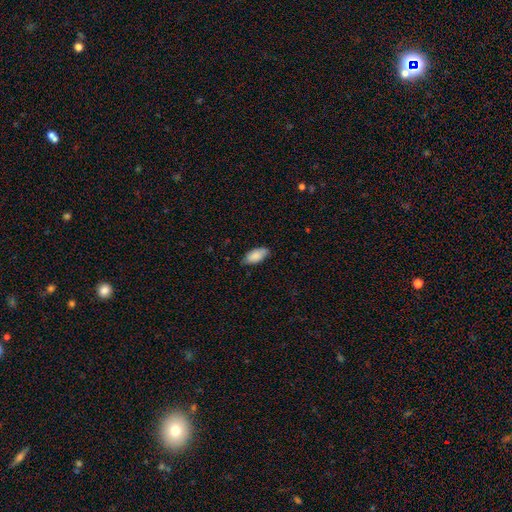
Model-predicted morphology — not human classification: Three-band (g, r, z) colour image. It shows a smooth galaxy with no disk features (86%) that is in between round and cigar-shaped (92%). Merging: none (78%).